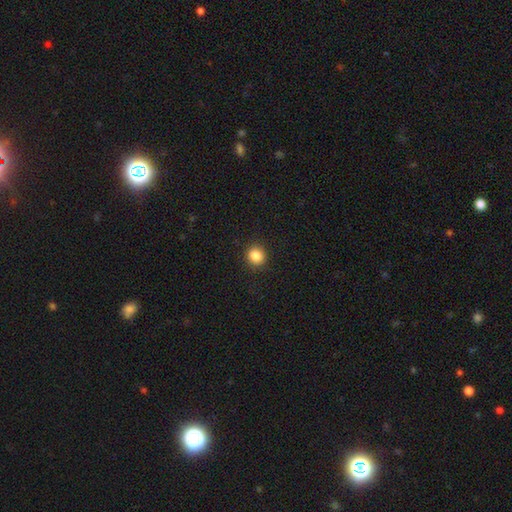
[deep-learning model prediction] Smooth or featured: smooth — 86% (star or artifact — 10%)
How rounded: round — 86% (in between — 13%)
Merging: none — 91% (minor disturbance — 6%)